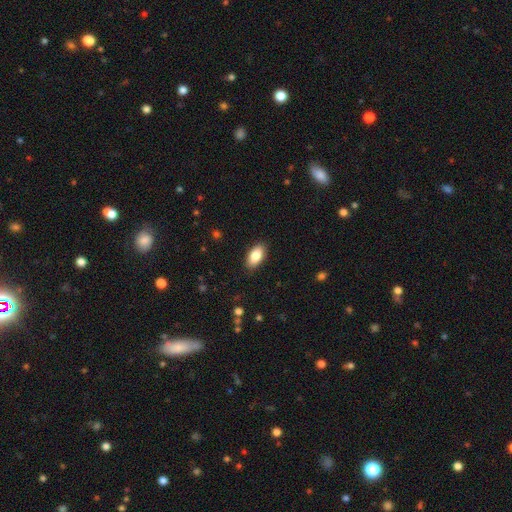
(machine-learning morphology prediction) type=smooth (85%); roundness=in between (93%); merging=none (88%).